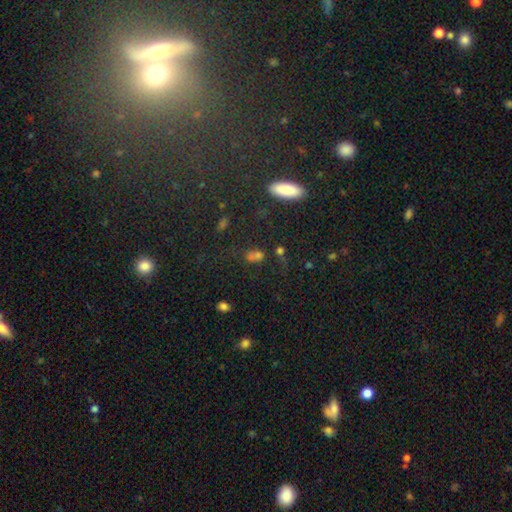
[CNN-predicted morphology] smooth-or-featured: smooth: 56% | star or artifact: 32% | featured or disk: 12%
  how-rounded: in between: 63% | round: 24% | cigar-shaped: 13%
  merging: none: 61% | minor disturbance: 15% | merger: 13% | major disturbance: 11%